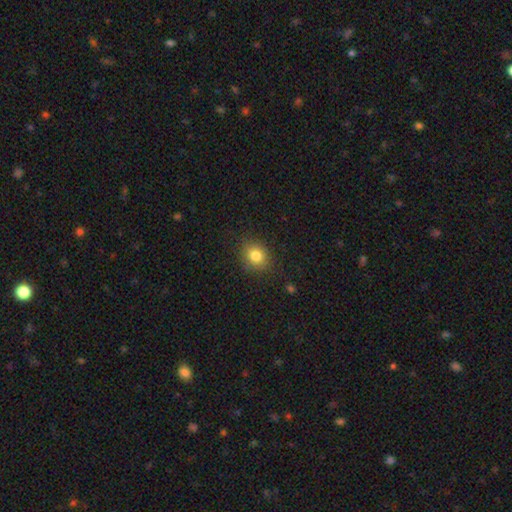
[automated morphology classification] This appears to be a smooth galaxy with no disk features (82%) that is round (67%). Merging: none (86%).